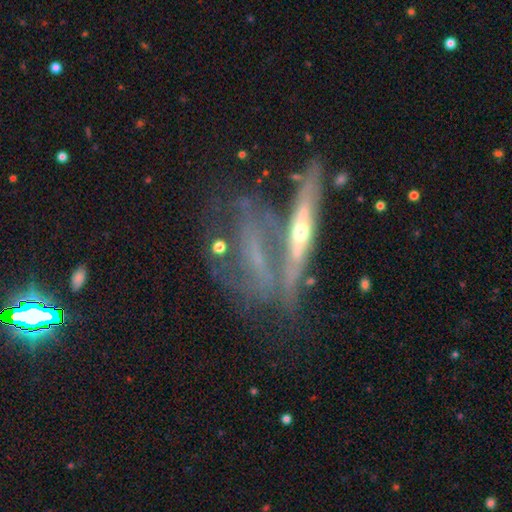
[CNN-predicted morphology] The model was most divided on "merging": none: 36%, merger: 34%, minor disturbance: 16%, major disturbance: 15%. More confident: smooth or featured — featured or disk (72%); edge-on disk — yes (54%).